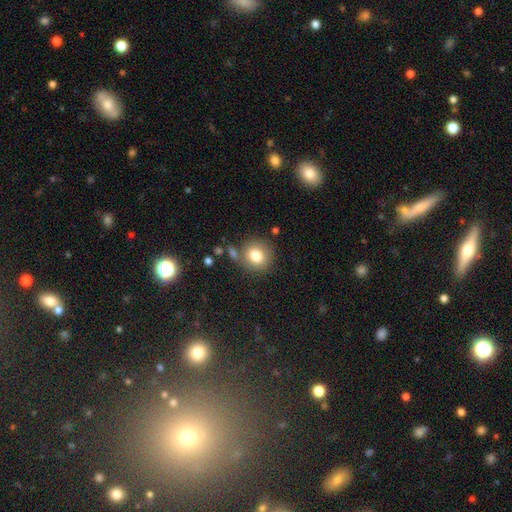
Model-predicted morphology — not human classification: This appears to be a smooth galaxy with no disk features (79%) that is round (84%). Merging: none (75%).